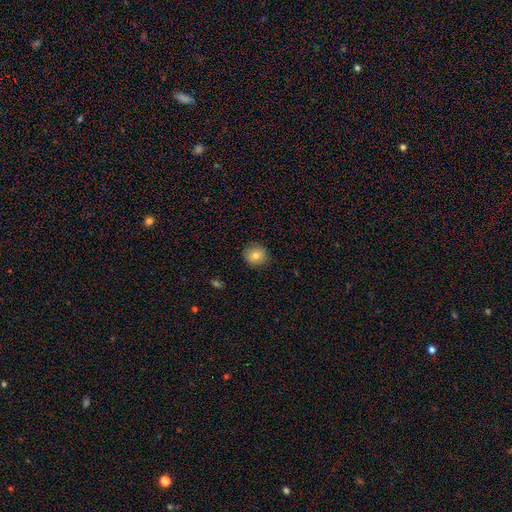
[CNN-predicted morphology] Smooth or featured: smooth — 79% (featured or disk — 11%)
How rounded: round — 84% (in between — 15%)
Merging: none — 88% (minor disturbance — 9%)